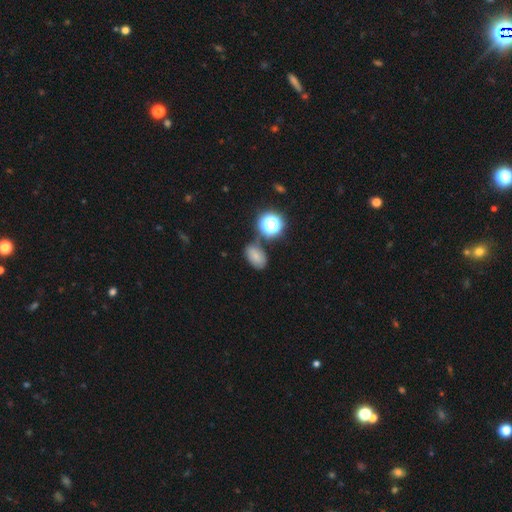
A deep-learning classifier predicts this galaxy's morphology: Smooth or featured?
  - smooth: 67% *
  - star or artifact: 19%
  - featured or disk: 14%
How rounded?
  - in between: 81% *
  - round: 18%
  - cigar-shaped: 2%
Merging?
  - none: 64% *
  - minor disturbance: 19%
  - merger: 11%
  - major disturbance: 6%